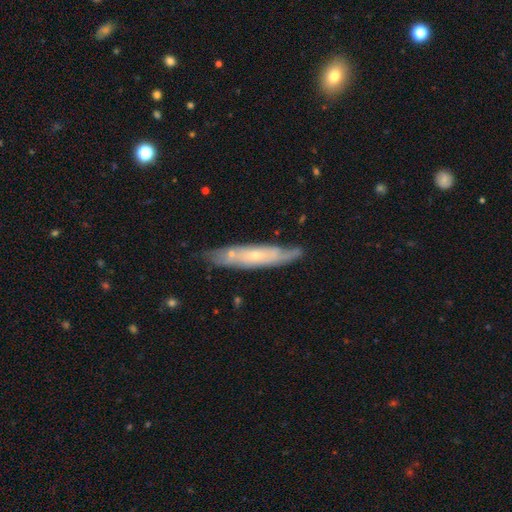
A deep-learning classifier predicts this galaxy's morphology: Smooth or featured?
  - featured or disk: 62% *
  - smooth: 31%
  - star or artifact: 6%
Edge-on disk?
  - no: 50% * (tied)
  - yes: 50% * (tied)
Merging?
  - none: 71% *
  - minor disturbance: 19%
  - merger: 6%
  - major disturbance: 4%